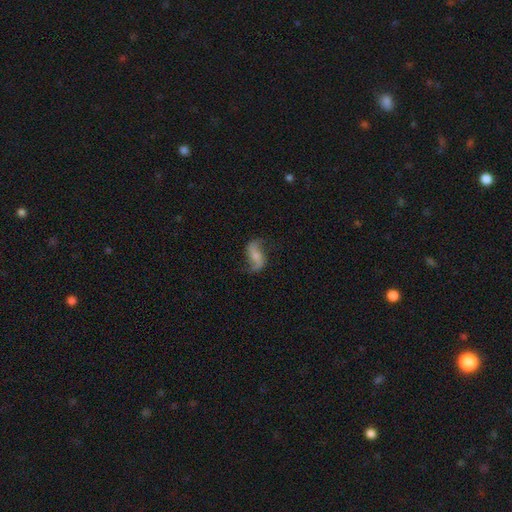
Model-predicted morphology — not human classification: A featured or disk galaxy (72%) with no bar (39%), 2 (91%) loose (79%) spiral arms (92%) and a small central bulge (40%).

Vote fractions:
- Smooth or featured? featured or disk: 72% / smooth: 20% / star or artifact: 8%
- Edge-on disk? no: 95% / yes: 5%
- Bar? no: 39% / weak: 38% / strong: 23%
- Spiral arms? yes: 92% / no: 8%
- Spiral winding? loose: 79% / medium: 17% / tight: 4%
- Spiral arm count? 2: 91% / 1: 3% / can't tell: 3% / 3: 1% / 4: 1% / more than 4: 1%
- Bulge size? small: 40% / moderate: 37% / none: 15% / large: 6% / dominant: 2%
- Merging? none: 70% / minor disturbance: 18% / major disturbance: 10% / merger: 2%